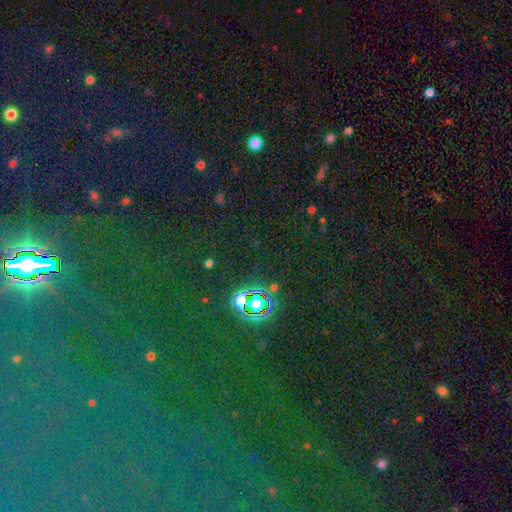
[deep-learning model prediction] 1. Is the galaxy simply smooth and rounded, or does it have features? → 81% star or artifact, 12% smooth, 7% featured or disk.